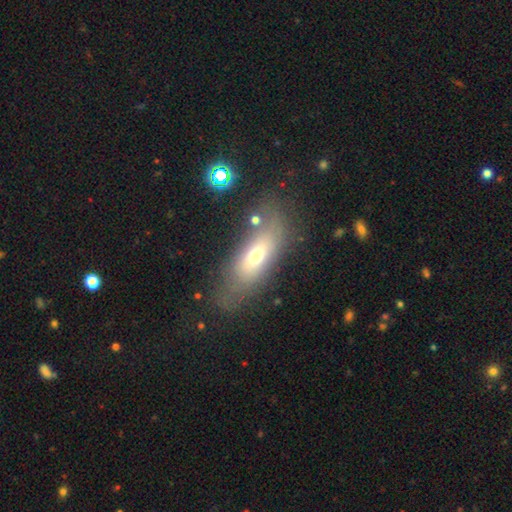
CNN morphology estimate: A smooth galaxy with no disk features (58%) that is in between round and cigar-shaped (71%).

Vote fractions:
- Smooth or featured? smooth: 58% / featured or disk: 31% / star or artifact: 11%
- How rounded? in between: 71% / cigar-shaped: 24% / round: 5%
- Merging? none: 64% / minor disturbance: 19% / major disturbance: 12% / merger: 5%